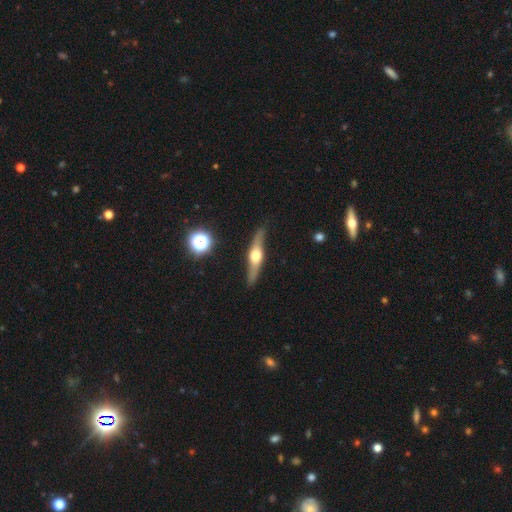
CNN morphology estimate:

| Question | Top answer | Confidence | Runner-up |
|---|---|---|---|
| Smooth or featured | featured or disk | 72% | smooth (22%) |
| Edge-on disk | yes | 92% | no (8%) |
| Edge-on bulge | rounded | 94% | boxy (4%) |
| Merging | none | 85% | minor disturbance (11%) |